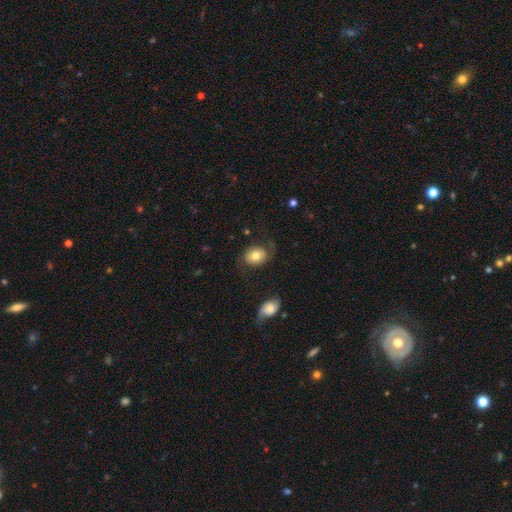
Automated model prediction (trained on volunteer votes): smooth_or_featured: smooth (p=0.71) [alt: featured or disk p=0.21]
how_rounded: in between (p=0.52) [alt: round p=0.47]
merging: none (p=0.66) [alt: minor disturbance p=0.18]